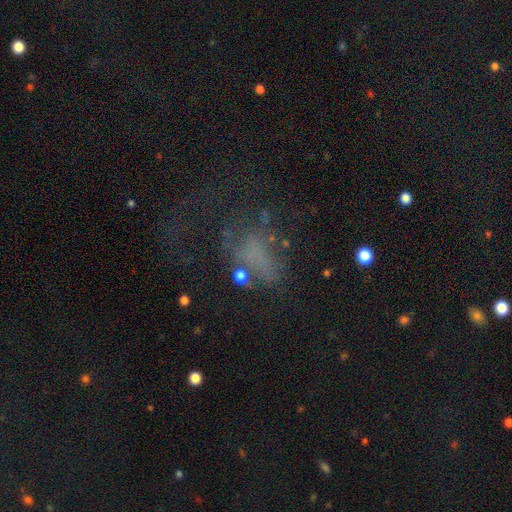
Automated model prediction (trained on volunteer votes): A smooth galaxy with no disk features (38%).

Vote fractions:
- Smooth or featured? smooth: 38% / featured or disk: 35% / star or artifact: 27%
- Merging? major disturbance: 49% / none: 29% / minor disturbance: 16% / merger: 6%